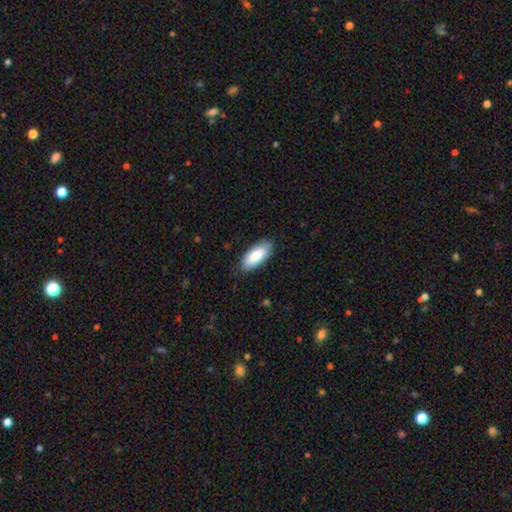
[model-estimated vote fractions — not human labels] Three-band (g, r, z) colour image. It shows a smooth galaxy with no disk features (85%) that is in between round and cigar-shaped (85%). Merging: none (83%).